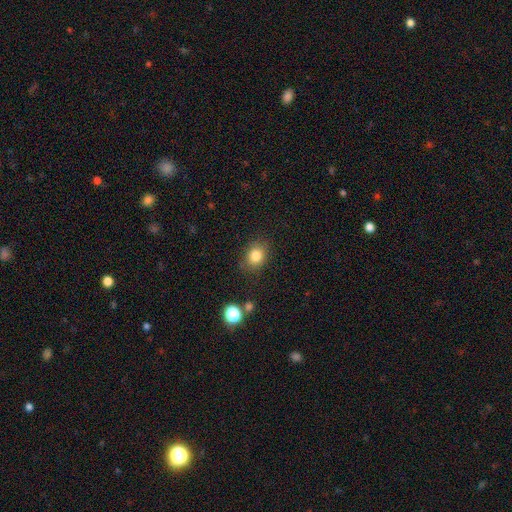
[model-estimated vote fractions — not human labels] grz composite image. It shows a smooth galaxy with no disk features (81%) that is round (61%). Merging: none (82%).